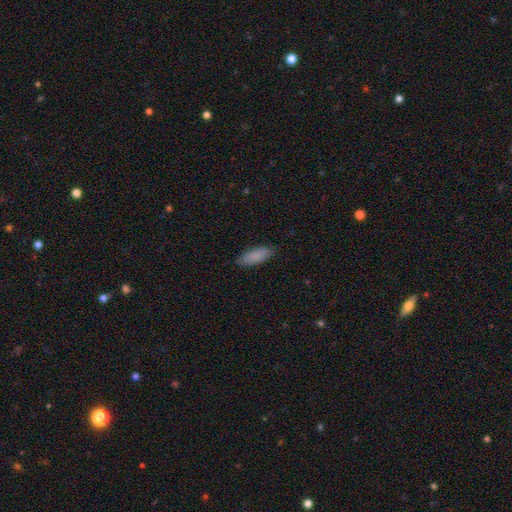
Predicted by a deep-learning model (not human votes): smooth 88%, featured or disk 6%, star or artifact 6%. Down the decision tree: how rounded — in between (65%); merging — none (85%).